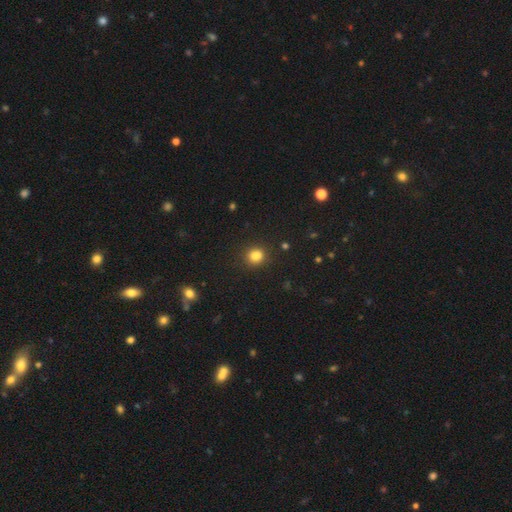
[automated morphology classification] Overall: smooth (83%). How rounded: round (76%). Merging: none (84%).